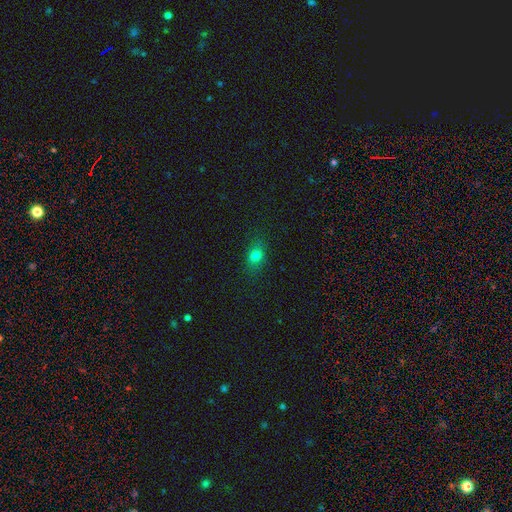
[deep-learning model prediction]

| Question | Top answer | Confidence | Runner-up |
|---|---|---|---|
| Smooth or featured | smooth | 76% | star or artifact (14%) |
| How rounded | in between | 67% | round (28%) |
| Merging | none | 82% | minor disturbance (13%) |